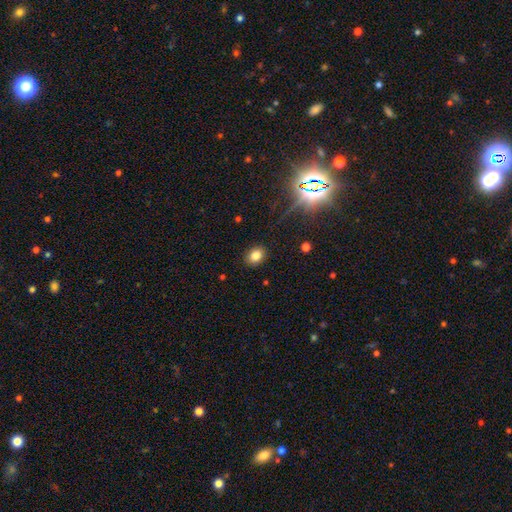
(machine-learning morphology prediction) The model was most divided on "how rounded": in between: 55%, round: 44%, cigar-shaped: 1%. More confident: merging — none (88%); smooth or featured — smooth (81%).